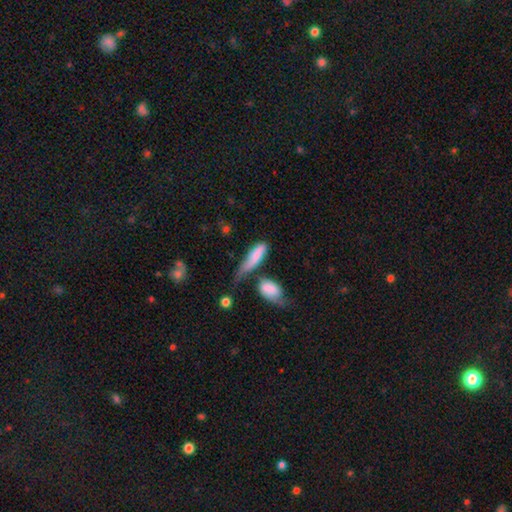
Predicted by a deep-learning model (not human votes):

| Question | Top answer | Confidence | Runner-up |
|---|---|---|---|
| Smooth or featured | smooth | 76% | featured or disk (17%) |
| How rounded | in between | 51% | cigar-shaped (46%) |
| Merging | merger | 29% | minor disturbance (25%) |